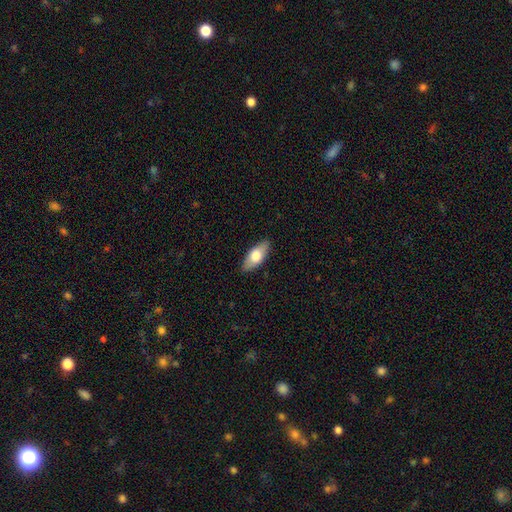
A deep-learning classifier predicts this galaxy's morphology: Smooth or featured: smooth — 70% (featured or disk — 25%)
How rounded: in between — 84% (cigar-shaped — 13%)
Merging: none — 87% (minor disturbance — 10%)